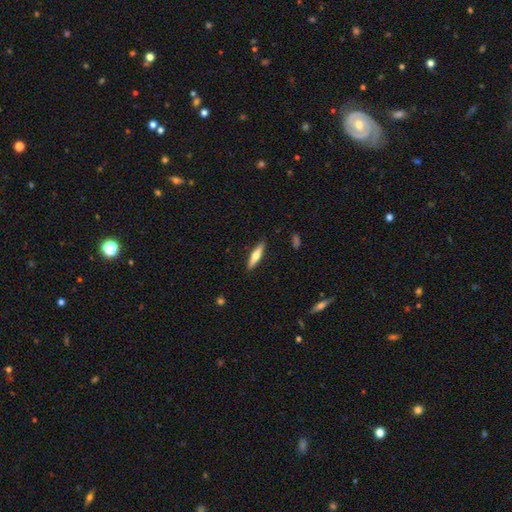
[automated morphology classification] Smooth or featured? Predicted: smooth (p=0.54). How rounded? Predicted: cigar-shaped (p=0.79). Merging? Predicted: none (p=0.90).